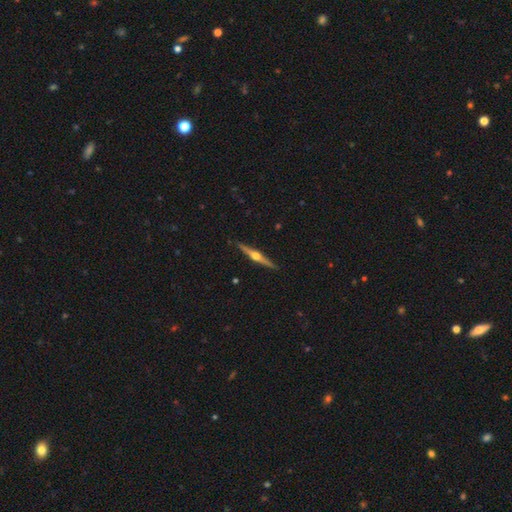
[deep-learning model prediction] featured or disk 82%, smooth 13%, star or artifact 5%. Down the decision tree: edge-on disk — yes (98%); edge-on bulge — rounded (95%); merging — none (92%).